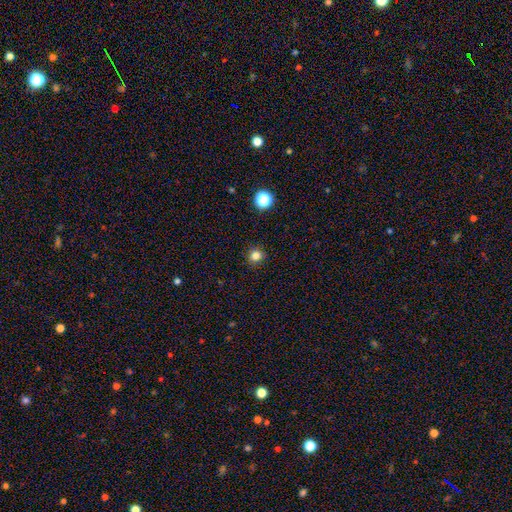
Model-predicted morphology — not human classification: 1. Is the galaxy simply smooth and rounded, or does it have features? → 81% smooth, 14% star or artifact, 5% featured or disk.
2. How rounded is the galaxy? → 87% round, 12% in between, 1% cigar-shaped.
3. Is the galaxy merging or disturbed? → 91% none, 6% minor disturbance, 2% major disturbance, 1% merger.